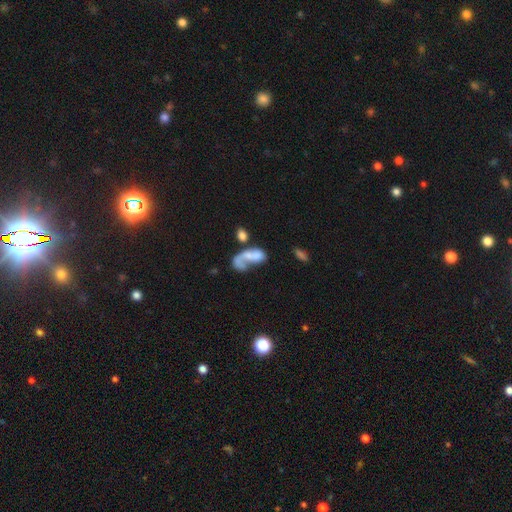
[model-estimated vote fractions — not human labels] The model was most divided on "smooth or featured": smooth: 46%, featured or disk: 45%, star or artifact: 9%. Remaining: merging — merger (43%).